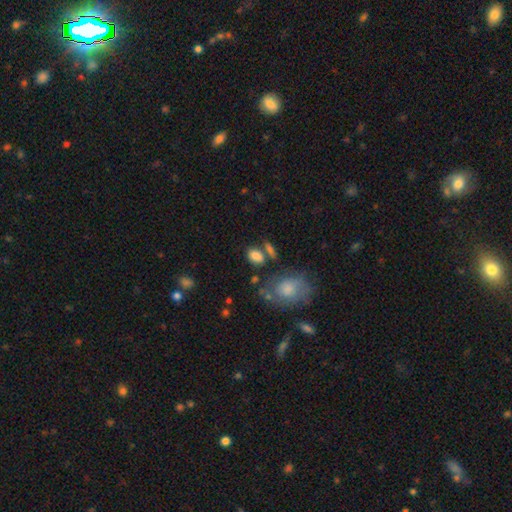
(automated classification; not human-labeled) This is clearly a smooth galaxy (84%). How rounded: clearly in between (81%). Merging: likely none (63%).